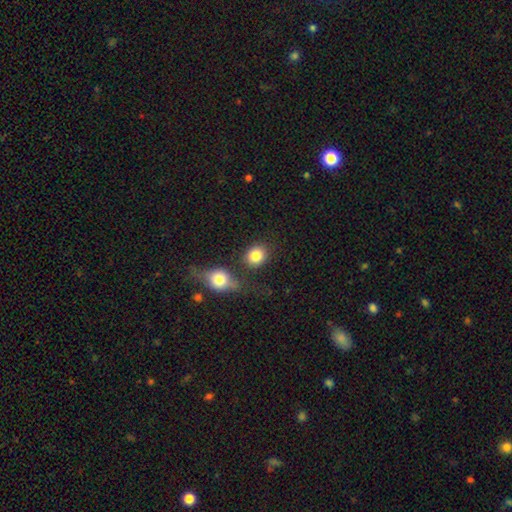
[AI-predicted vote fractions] Overall: smooth (83%). How rounded: round (69%; in between 30%). Merging: none (69%).